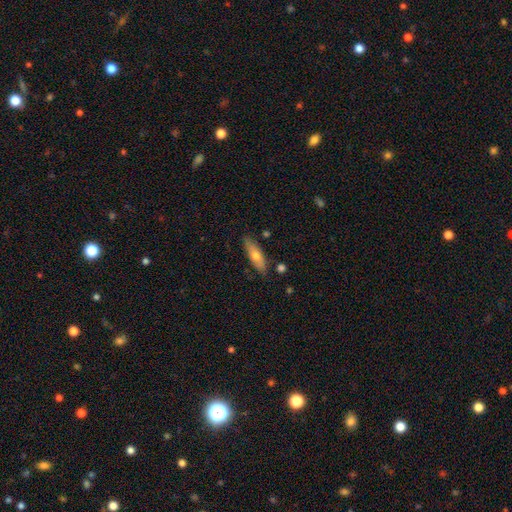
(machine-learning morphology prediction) smooth 64%, featured or disk 30%, star or artifact 6%. Down the decision tree: how rounded — cigar-shaped (51%); merging — none (82%).